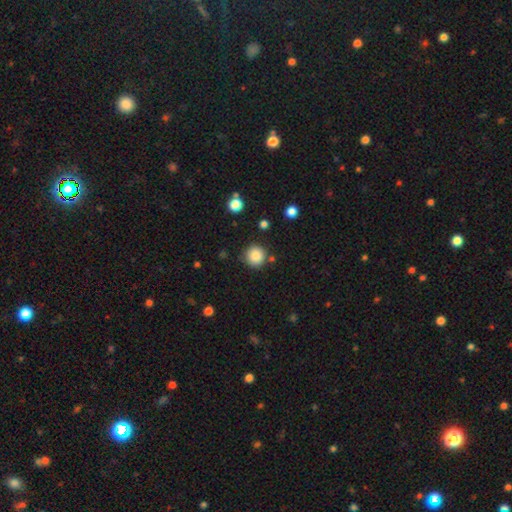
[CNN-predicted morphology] smooth-or-featured: smooth: 86% | star or artifact: 10% | featured or disk: 4%
  how-rounded: round: 94% | in between: 5% | cigar-shaped: 1%
  merging: none: 84% | minor disturbance: 9% | merger: 4% | major disturbance: 3%